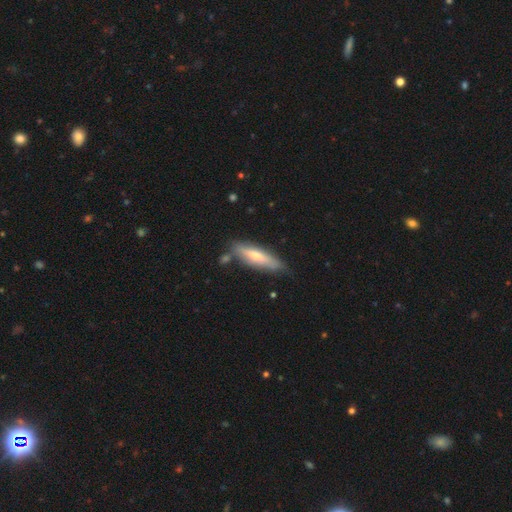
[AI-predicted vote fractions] Smooth or featured? Predicted: smooth (p=0.49). Merging? Predicted: none (p=0.74).